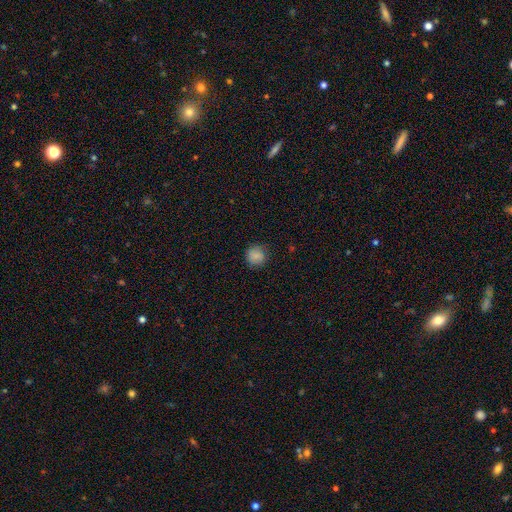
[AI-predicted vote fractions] Smooth or featured? smooth (84%)
How rounded? round (89%)
Merging? none (81%)